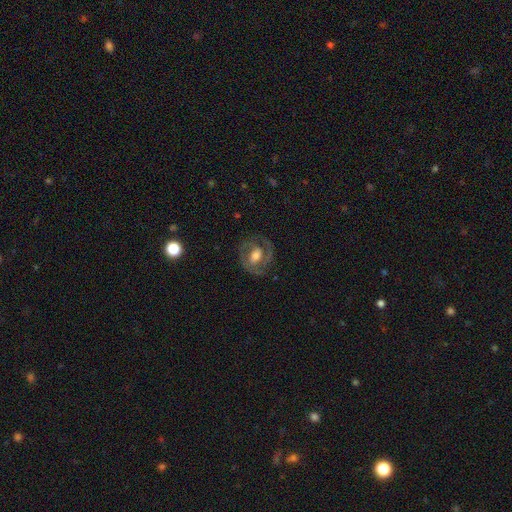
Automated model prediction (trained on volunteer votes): This is likely a featured or disk galaxy (75%). It is clearly not viewed edge-on (97%). Bar: marginally weak (43%). Spiral arm pattern: clearly yes (82%). Spiral arm count: likely 2 (76%). Spiral winding: possibly tight (46%). Central bulge: possibly moderate (58%). Merging: likely none (76%).